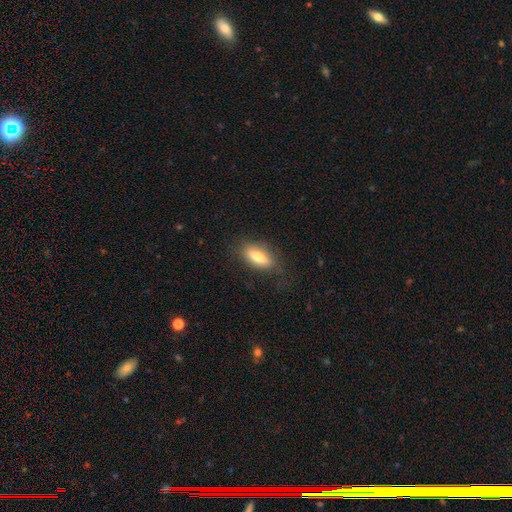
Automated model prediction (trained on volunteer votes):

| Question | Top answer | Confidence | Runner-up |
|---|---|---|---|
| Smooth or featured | smooth | 71% | featured or disk (22%) |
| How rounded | in between | 71% | cigar-shaped (26%) |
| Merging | none | 76% | minor disturbance (17%) |